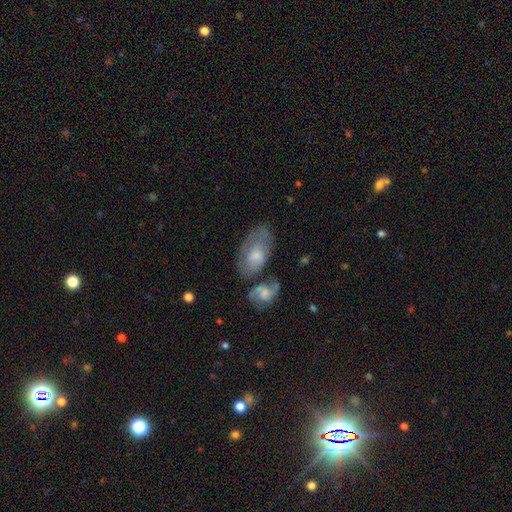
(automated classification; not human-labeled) This appears to be a featured or disk galaxy (51%). Merging: none (47%).